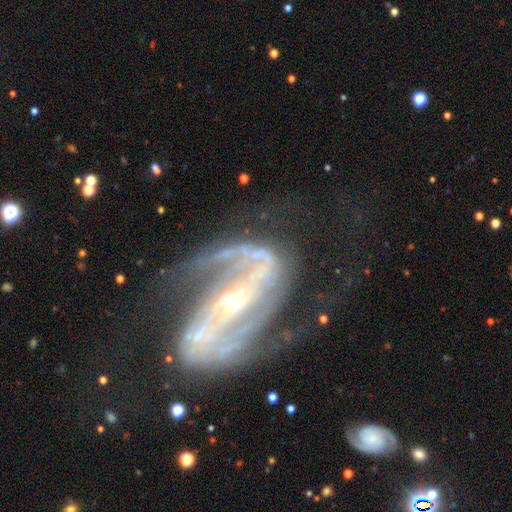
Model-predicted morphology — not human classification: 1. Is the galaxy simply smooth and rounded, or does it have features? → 88% featured or disk, 6% star or artifact, 5% smooth.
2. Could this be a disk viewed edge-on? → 95% no, 5% yes.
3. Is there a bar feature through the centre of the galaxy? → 49% strong, 31% weak, 20% no.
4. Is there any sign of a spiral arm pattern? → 93% yes, 7% no.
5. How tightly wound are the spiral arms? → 43% medium, 32% loose, 26% tight.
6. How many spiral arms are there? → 66% 2, 12% can't tell, 9% 3, 5% 1, 4% 4, 4% more than 4.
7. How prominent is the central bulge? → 54% small, 41% moderate, 2% large, 1% none, 1% dominant.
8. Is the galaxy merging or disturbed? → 48% none, 24% major disturbance, 21% minor disturbance, 7% merger.